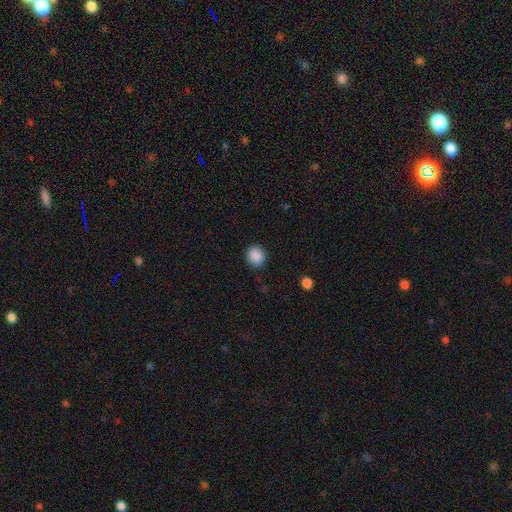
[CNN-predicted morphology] smooth-or-featured: smooth: 89% | star or artifact: 9% | featured or disk: 3%
  how-rounded: round: 78% | in between: 21% | cigar-shaped: 1%
  merging: none: 87% | minor disturbance: 9% | major disturbance: 3% | merger: 1%